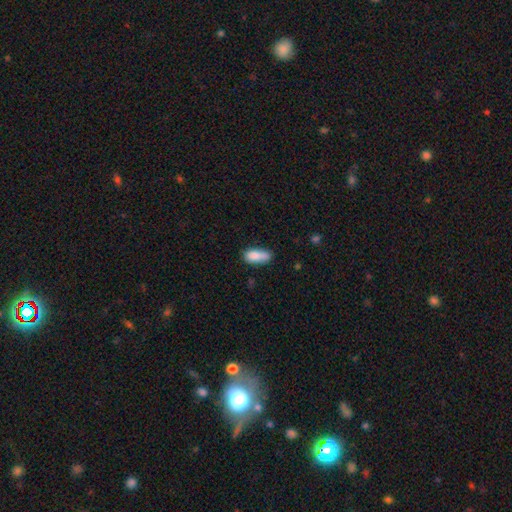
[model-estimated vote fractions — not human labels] Smooth or featured: smooth — 83% (featured or disk — 9%)
How rounded: in between — 77% (cigar-shaped — 20%)
Merging: none — 56% (minor disturbance — 29%)